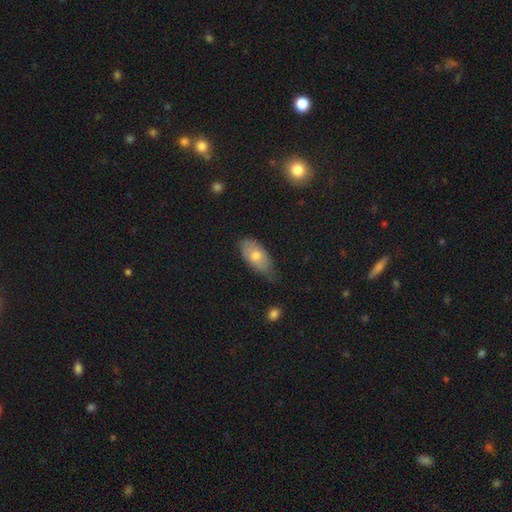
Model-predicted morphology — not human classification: This is likely a smooth galaxy (65%). How rounded: clearly in between (89%). Merging: possibly none (51%).